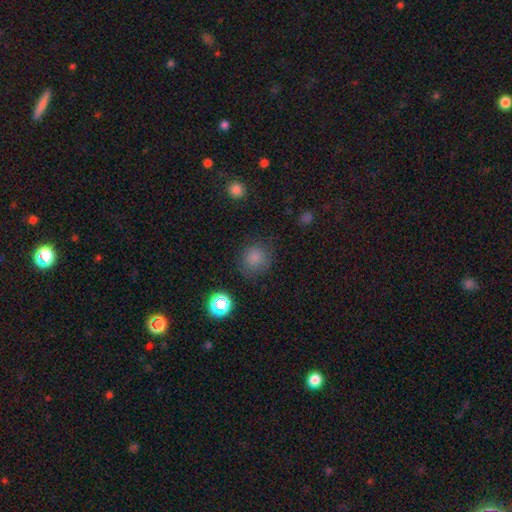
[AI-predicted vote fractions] Q: Smooth or featured?
A: smooth (74%); runner-up: star or artifact (19%)
Q: How rounded?
A: round (88%); runner-up: in between (11%)
Q: Merging?
A: none (81%); runner-up: minor disturbance (13%)